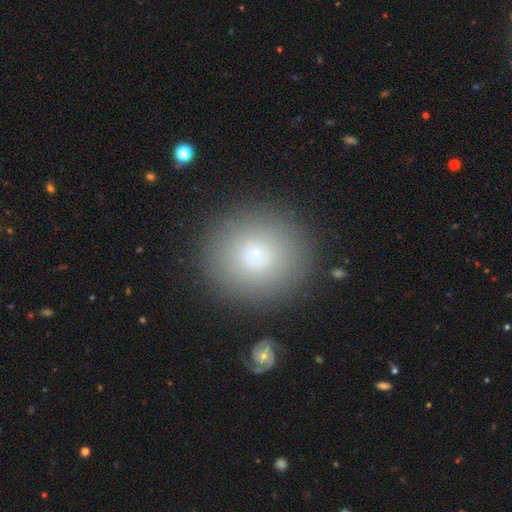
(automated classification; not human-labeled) Smooth or featured: smooth — 72% (featured or disk — 15%)
How rounded: round — 91% (in between — 8%)
Merging: none — 83% (minor disturbance — 9%)